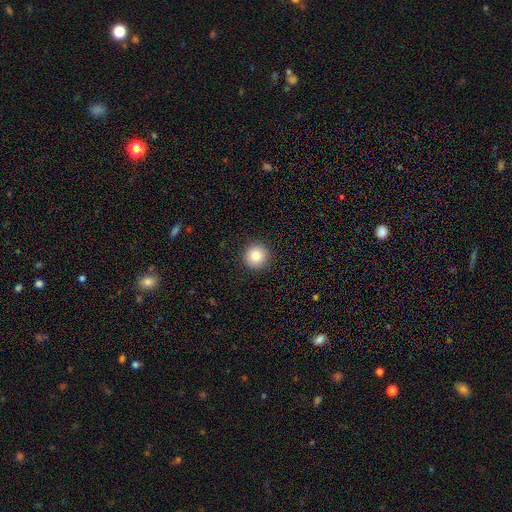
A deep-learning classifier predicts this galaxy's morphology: The model was most divided on "smooth or featured": smooth: 84%, star or artifact: 10%, featured or disk: 6%. More confident: how rounded — round (96%); merging — none (92%).